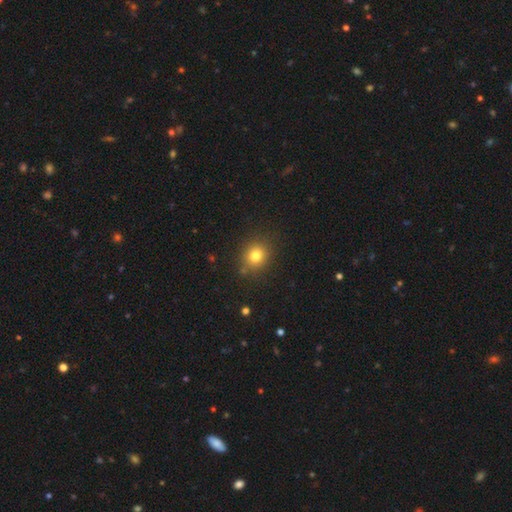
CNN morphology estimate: The model was most divided on "smooth or featured": smooth: 79%, star or artifact: 14%, featured or disk: 7%. More confident: merging — none (86%); how rounded — round (82%).